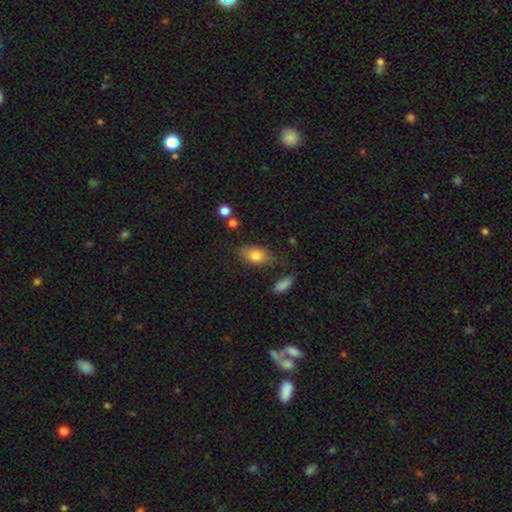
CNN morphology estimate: smooth 79%, featured or disk 13%, star or artifact 8%. Down the decision tree: how rounded — in between (88%); merging — none (73%).